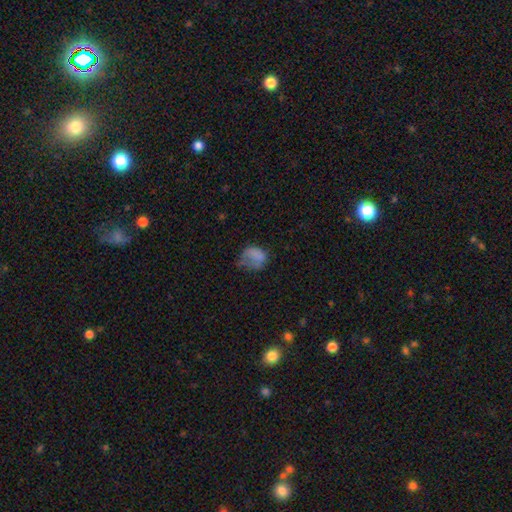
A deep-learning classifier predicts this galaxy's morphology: This appears to be a smooth galaxy with no disk features (70%) that is in between round and cigar-shaped (57%). Merging: major disturbance (36%).